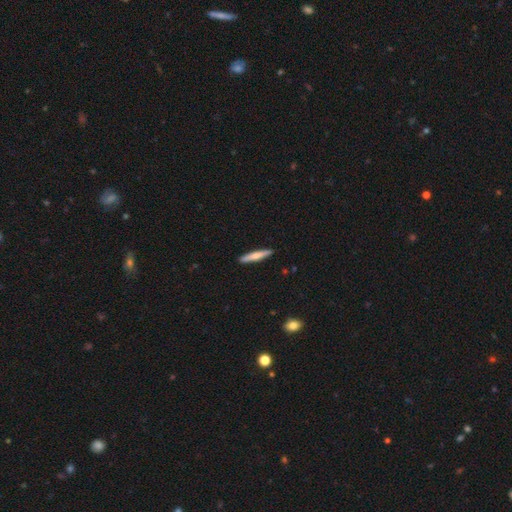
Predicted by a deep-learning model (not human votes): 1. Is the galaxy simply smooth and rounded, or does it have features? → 59% smooth, 35% featured or disk, 5% star or artifact.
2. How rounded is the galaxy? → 93% cigar-shaped, 6% in between, 1% round.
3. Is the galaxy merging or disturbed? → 92% none, 6% minor disturbance, 1% major disturbance, 1% merger.